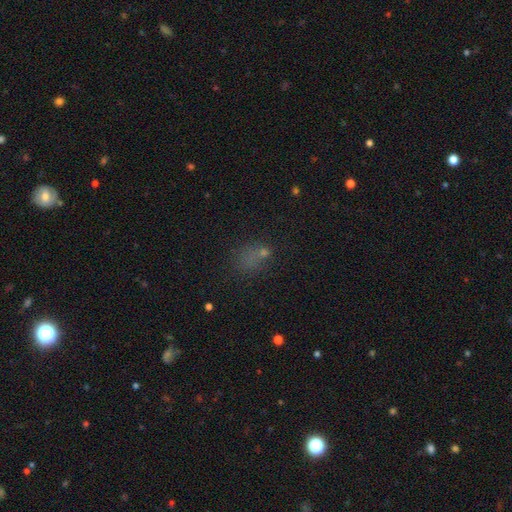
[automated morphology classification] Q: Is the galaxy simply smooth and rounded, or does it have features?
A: smooth — 54%.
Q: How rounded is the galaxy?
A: in between — 51%.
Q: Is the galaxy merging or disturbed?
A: none — 56%.